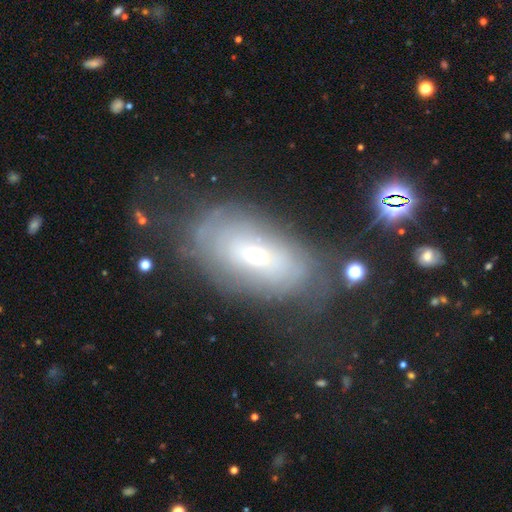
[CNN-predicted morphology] featured or disk 56%, smooth 33%, star or artifact 11%. Down the decision tree: edge-on disk — no (90%); bar — no (77%); spiral arms — no (51%); bulge size — small (55%); merging — none (53%).